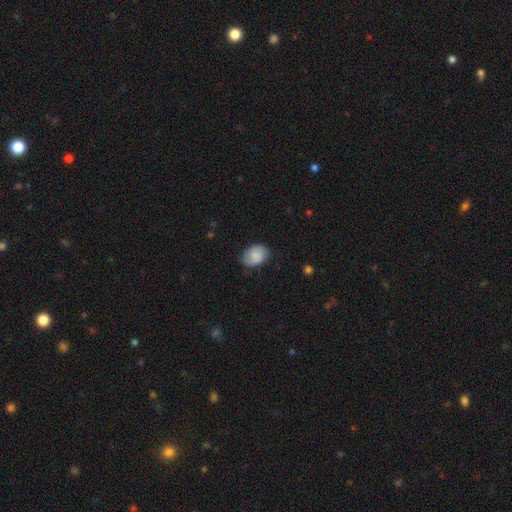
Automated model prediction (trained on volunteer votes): The model was most divided on "merging": none: 72%, minor disturbance: 22%, major disturbance: 4%, merger: 1%. More confident: smooth or featured — smooth (80%); how rounded — in between (75%).